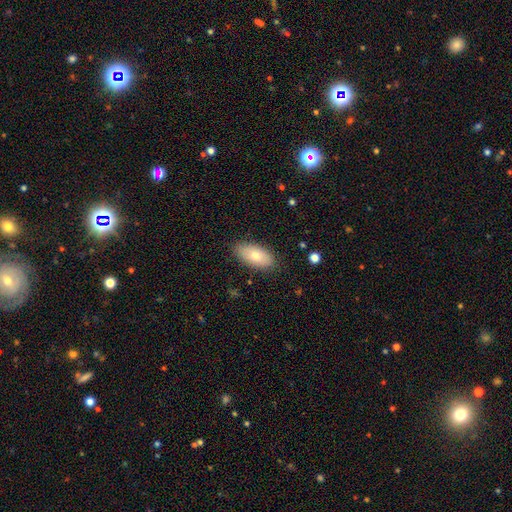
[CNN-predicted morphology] Q: Smooth or featured?
A: smooth (74%); runner-up: featured or disk (19%)
Q: How rounded?
A: in between (92%); runner-up: cigar-shaped (5%)
Q: Merging?
A: none (85%); runner-up: minor disturbance (11%)